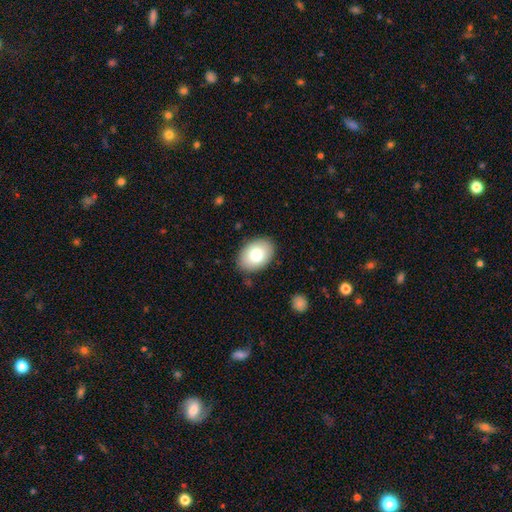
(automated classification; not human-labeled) A smooth galaxy with no disk features (78%) that is in between round and cigar-shaped (82%).

Vote fractions:
- Smooth or featured? smooth: 78% / featured or disk: 14% / star or artifact: 7%
- How rounded? in between: 82% / round: 17% / cigar-shaped: 1%
- Merging? none: 86% / minor disturbance: 10% / major disturbance: 2% / merger: 1%